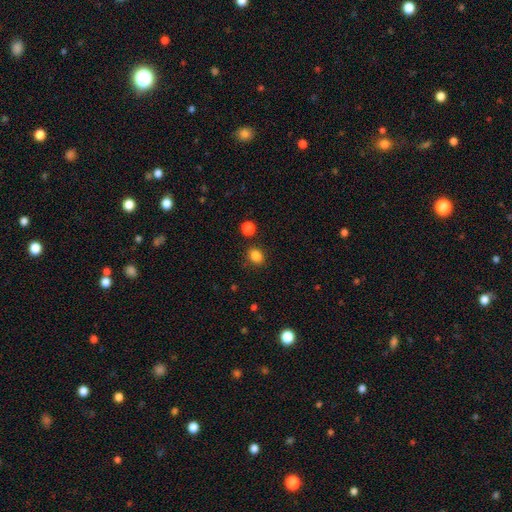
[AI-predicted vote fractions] This is clearly a smooth galaxy (85%). How rounded: possibly round (55%). Merging: clearly none (84%).